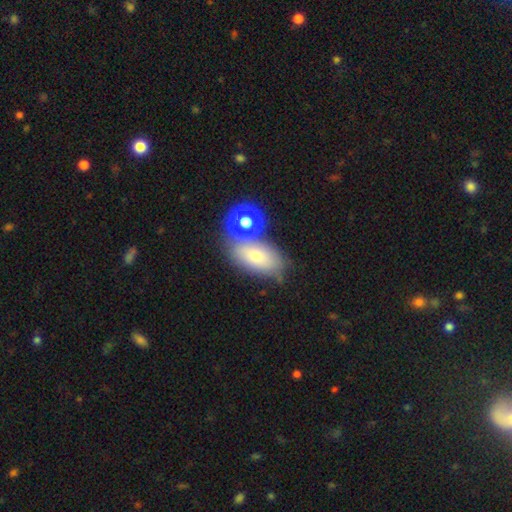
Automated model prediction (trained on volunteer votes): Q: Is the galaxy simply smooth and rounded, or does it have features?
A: smooth — 69%.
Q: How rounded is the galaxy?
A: in between — 85%.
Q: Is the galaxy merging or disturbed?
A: none — 58%.